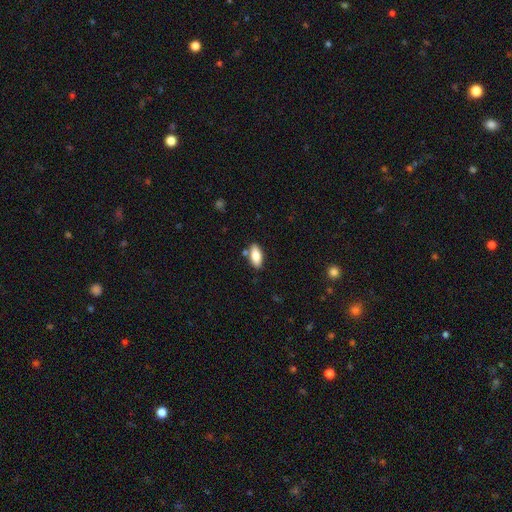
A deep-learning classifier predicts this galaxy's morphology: Overall: smooth (81%). How rounded: in between (87%). Merging: none (81%).